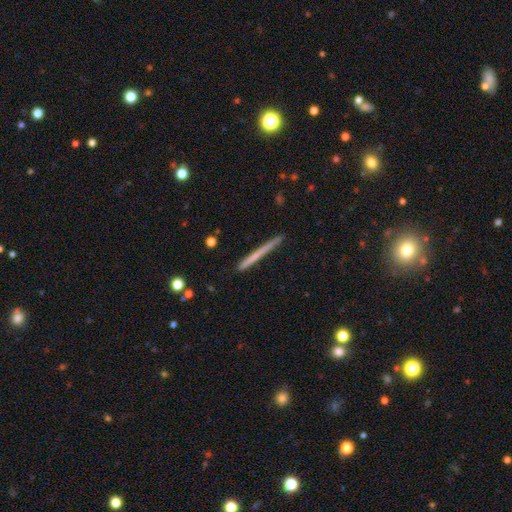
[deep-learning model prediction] This appears to be a smooth galaxy with no disk features (52%) that is cigar-shaped (97%). Merging: none (90%).